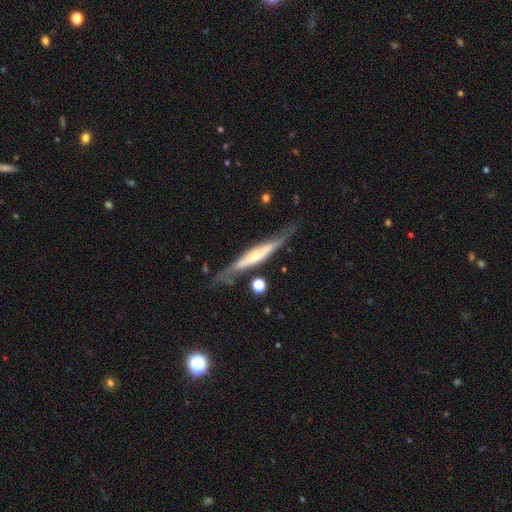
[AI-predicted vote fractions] Smooth or featured? featured or disk (70%)
Edge-on disk? yes (89%)
Edge-on bulge? rounded (59%)
Merging? none (72%)